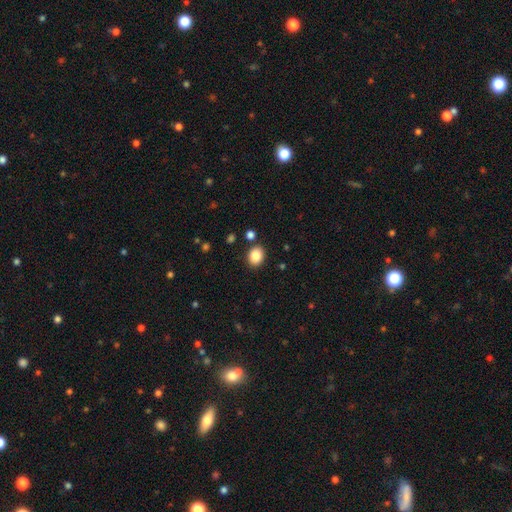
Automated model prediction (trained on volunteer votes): The model was most divided on "how rounded": in between: 54%, round: 45%, cigar-shaped: 1%. More confident: smooth or featured — smooth (86%); merging — none (85%).